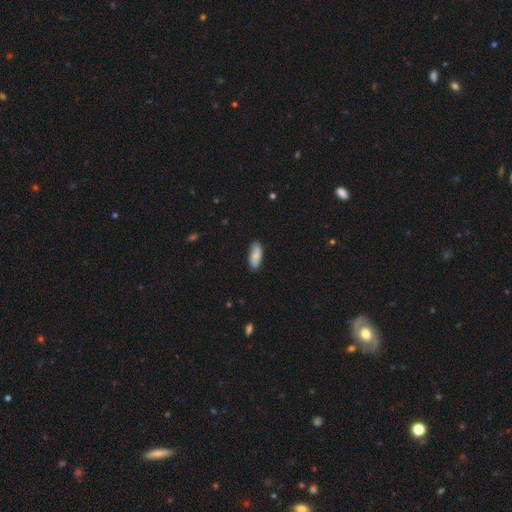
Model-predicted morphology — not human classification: This is clearly a smooth galaxy (81%). How rounded: likely in between (75%). Merging: clearly none (83%).